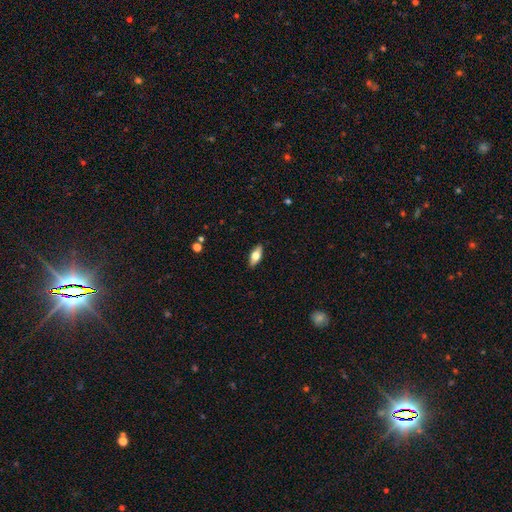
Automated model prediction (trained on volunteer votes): A smooth galaxy with no disk features (62%) that is in between round and cigar-shaped (77%). Merging: none (89%).